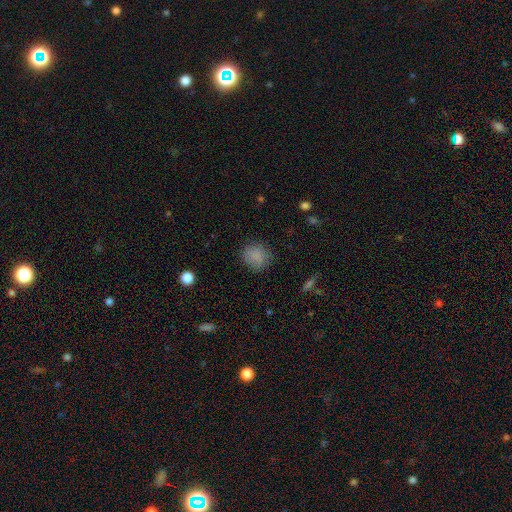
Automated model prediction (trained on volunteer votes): A smooth galaxy with no disk features (85%) that is round (83%).

Vote fractions:
- Smooth or featured? smooth: 85% / star or artifact: 10% / featured or disk: 5%
- How rounded? round: 83% / in between: 16% / cigar-shaped: 1%
- Merging? none: 82% / minor disturbance: 13% / major disturbance: 4% / merger: 1%